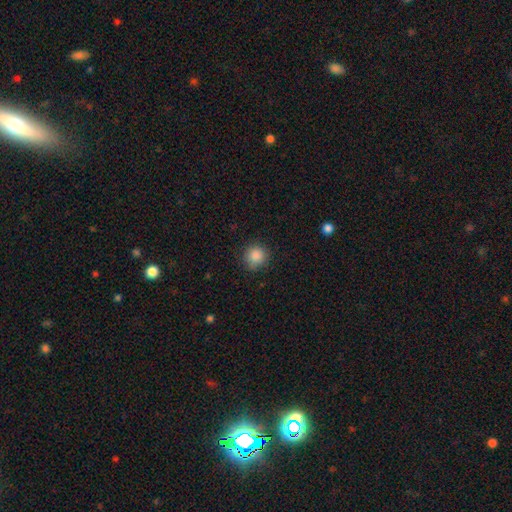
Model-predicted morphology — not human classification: Overall: smooth (87%). How rounded: round (92%). Merging: none (86%).